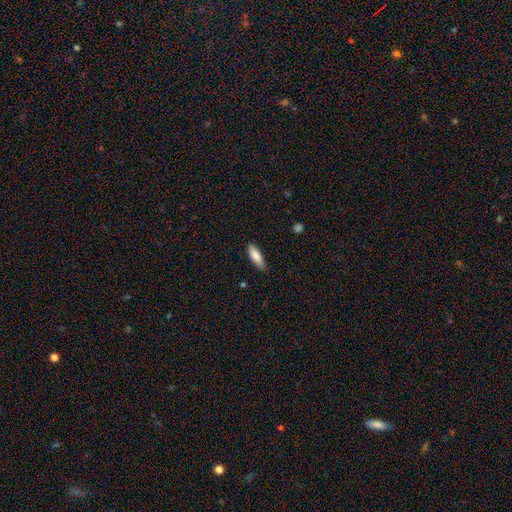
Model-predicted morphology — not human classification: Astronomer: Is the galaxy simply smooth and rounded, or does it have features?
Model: smooth — 85%.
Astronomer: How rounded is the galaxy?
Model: in between — 61% (runner-up: cigar-shaped, 37%).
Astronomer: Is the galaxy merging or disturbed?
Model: none — 82%.